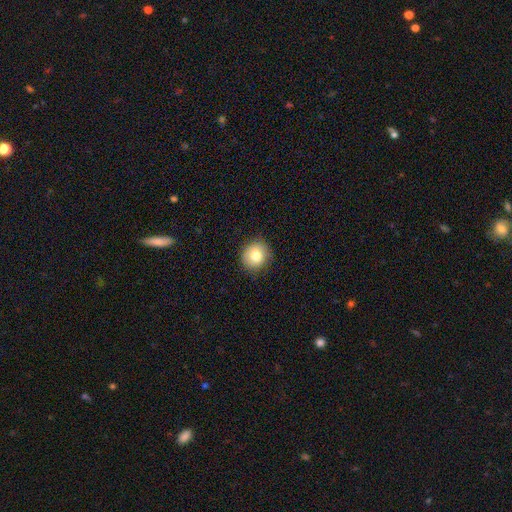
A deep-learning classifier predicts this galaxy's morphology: smooth_or_featured: smooth (p=0.80) [alt: featured or disk p=0.11]
how_rounded: round (p=0.84) [alt: in between p=0.15]
merging: none (p=0.86) [alt: minor disturbance p=0.10]